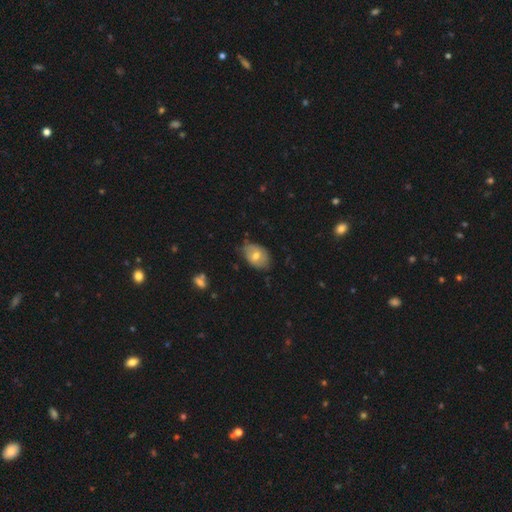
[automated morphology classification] Smooth or featured? smooth (63%)
How rounded? in between (82%)
Merging? none (64%)